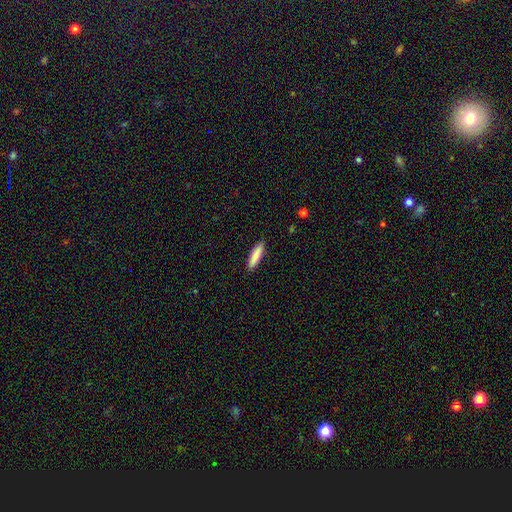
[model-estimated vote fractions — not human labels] This is clearly a smooth galaxy (86%). How rounded: likely cigar-shaped (78%). Merging: clearly none (90%).